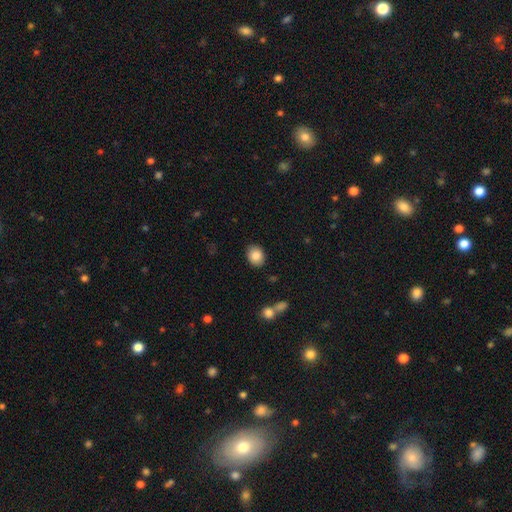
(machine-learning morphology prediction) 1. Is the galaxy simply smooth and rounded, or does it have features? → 87% smooth, 8% star or artifact, 5% featured or disk.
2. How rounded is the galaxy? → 56% in between, 43% round, 1% cigar-shaped.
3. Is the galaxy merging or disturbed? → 87% none, 9% minor disturbance, 2% major disturbance, 2% merger.